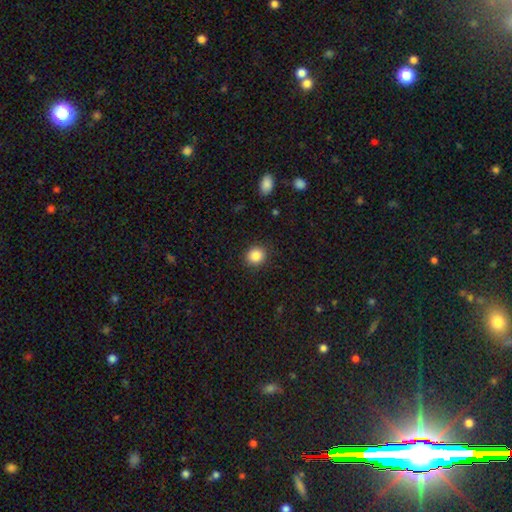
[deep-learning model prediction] smooth-or-featured: smooth: 86% | star or artifact: 10% | featured or disk: 4%
  how-rounded: round: 80% | in between: 19% | cigar-shaped: 1%
  merging: none: 90% | minor disturbance: 7% | major disturbance: 2% | merger: 1%